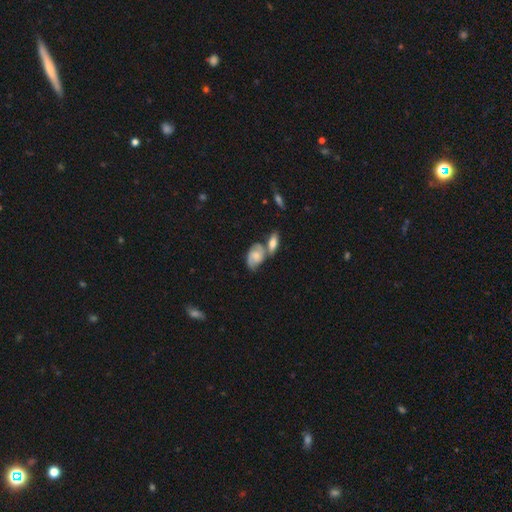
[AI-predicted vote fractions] smooth_or_featured: featured or disk (p=0.59) [alt: smooth p=0.34]
disk_edge_on: no (p=0.93) [alt: yes p=0.07]
bar: no (p=0.63) [alt: weak p=0.32]
has_spiral_arms: yes (p=0.90) [alt: no p=0.10]
bulge_size: small (p=0.34) [alt: moderate p=0.32]
merging: none (p=0.41) [alt: merger p=0.35]